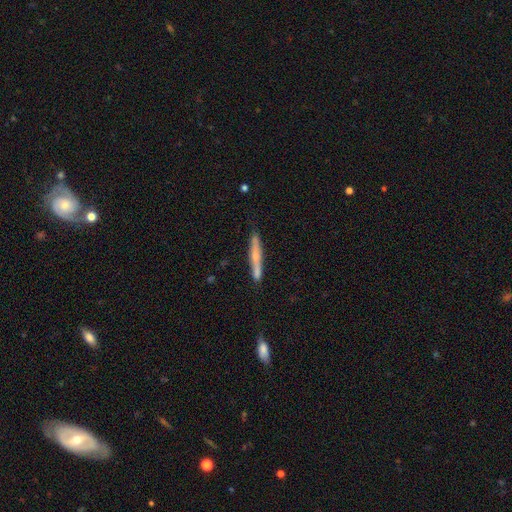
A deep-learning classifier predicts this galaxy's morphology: This appears to be a smooth galaxy with no disk features (48%). Merging: none (82%).